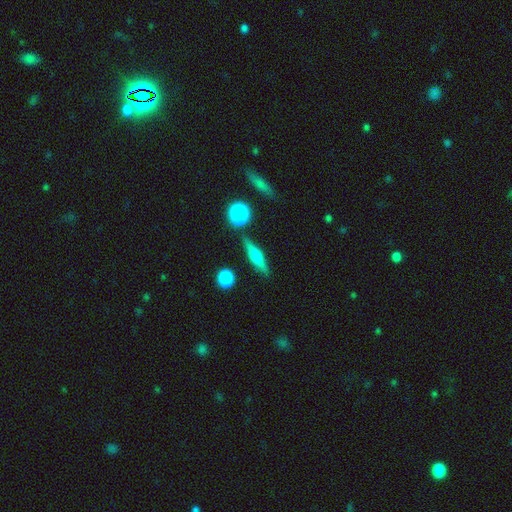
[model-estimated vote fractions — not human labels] This is likely a featured or disk galaxy (60%). It is clearly viewed edge-on (95%). Edge-on bulge: clearly rounded (87%). Merging: clearly none (86%).